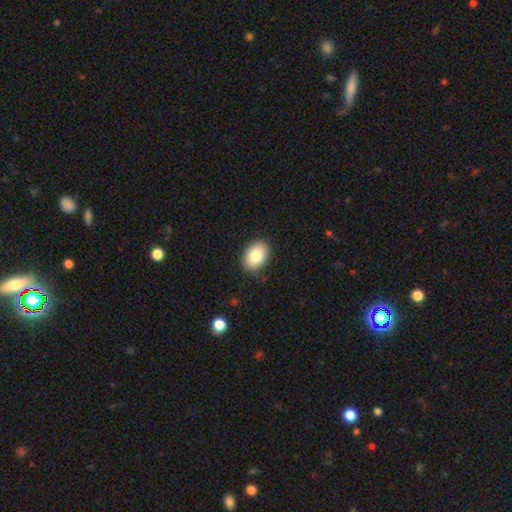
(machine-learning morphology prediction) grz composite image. It shows a smooth galaxy with no disk features (84%) that is in between round and cigar-shaped (82%). Merging: none (87%).